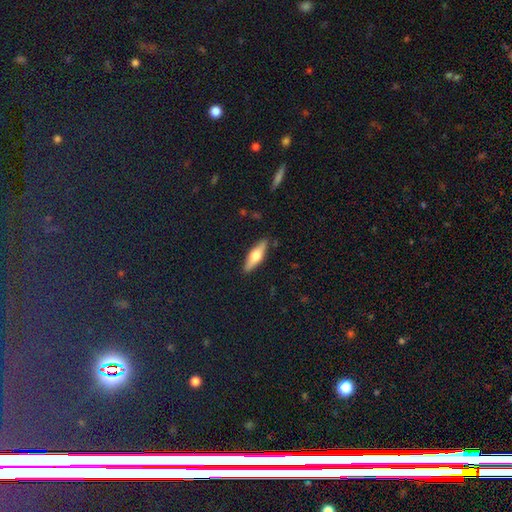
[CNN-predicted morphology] Smooth or featured? Predicted: smooth (p=0.50). Merging? Predicted: none (p=0.88).